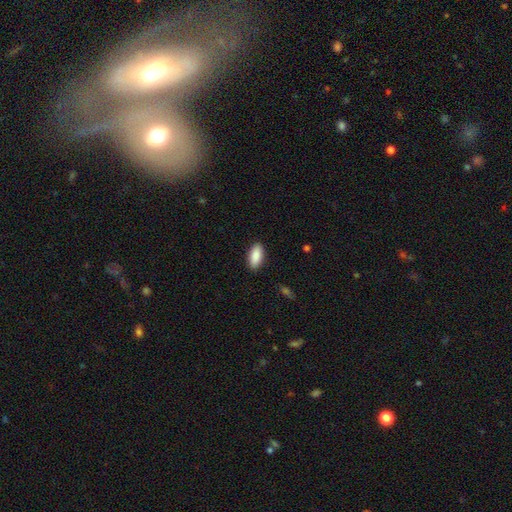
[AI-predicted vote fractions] The model was most divided on "merging": none: 89%, minor disturbance: 8%, major disturbance: 2%, merger: 1%. More confident: how rounded — in between (90%); smooth or featured — smooth (90%).